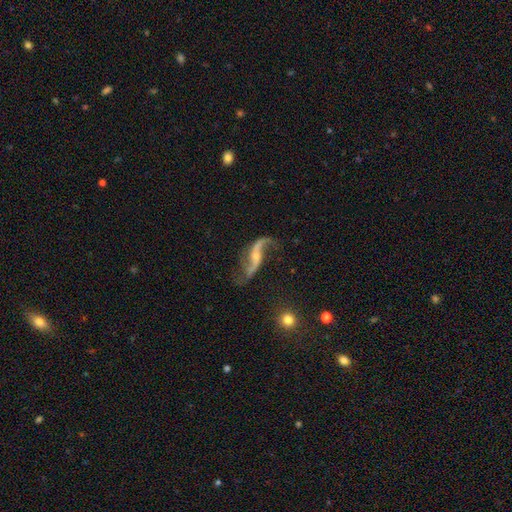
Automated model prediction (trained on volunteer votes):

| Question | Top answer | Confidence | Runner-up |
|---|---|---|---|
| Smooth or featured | featured or disk | 89% | star or artifact (5%) |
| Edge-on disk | no | 94% | yes (6%) |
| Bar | no | 47% | weak (34%) |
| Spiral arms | yes | 96% | no (4%) |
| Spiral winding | loose | 93% | medium (5%) |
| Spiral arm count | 2 | 93% | 1 (3%) |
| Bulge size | small | 54% | moderate (27%) |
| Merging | none | 67% | minor disturbance (17%) |